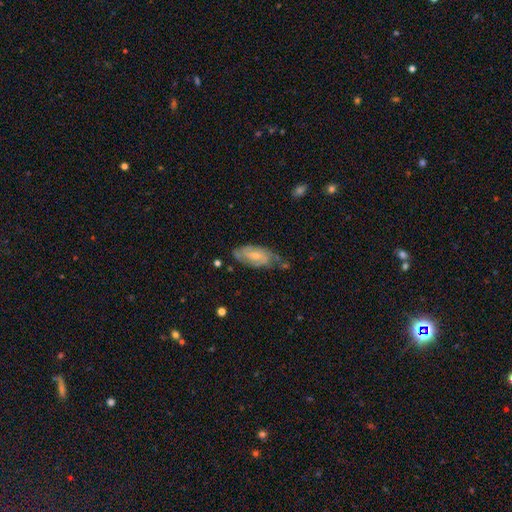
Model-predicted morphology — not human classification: Smooth or featured? Predicted: featured or disk (p=0.48). Merging? Predicted: none (p=0.56).